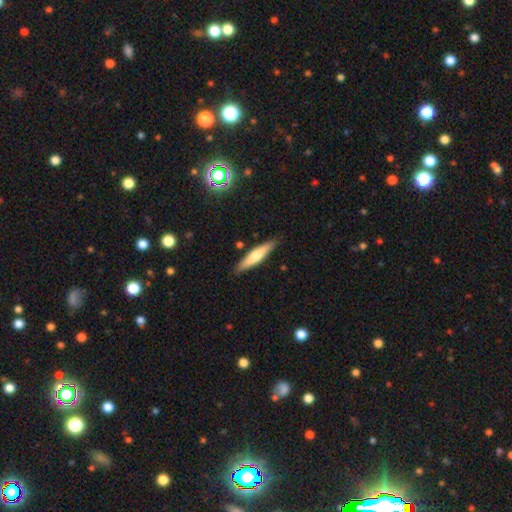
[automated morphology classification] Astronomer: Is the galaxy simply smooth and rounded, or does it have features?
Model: smooth — 59% (runner-up: featured or disk, 36%).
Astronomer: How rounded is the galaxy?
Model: cigar-shaped — 82%.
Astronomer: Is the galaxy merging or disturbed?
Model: none — 87%.